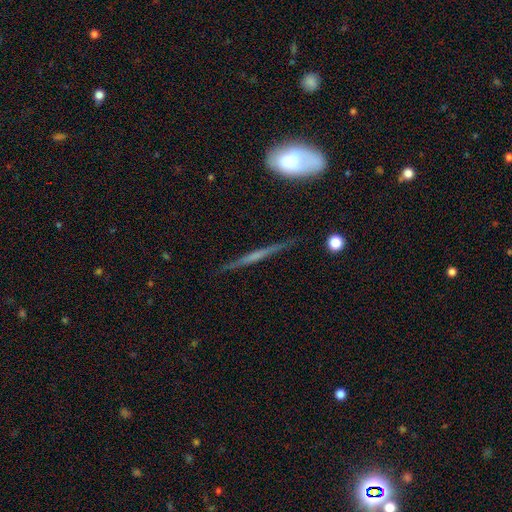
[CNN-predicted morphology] Smooth or featured? Predicted: featured or disk (p=0.64). Edge-on disk? Predicted: yes (p=0.95). Edge-on bulge? Predicted: none (p=0.56). Merging? Predicted: none (p=0.83).